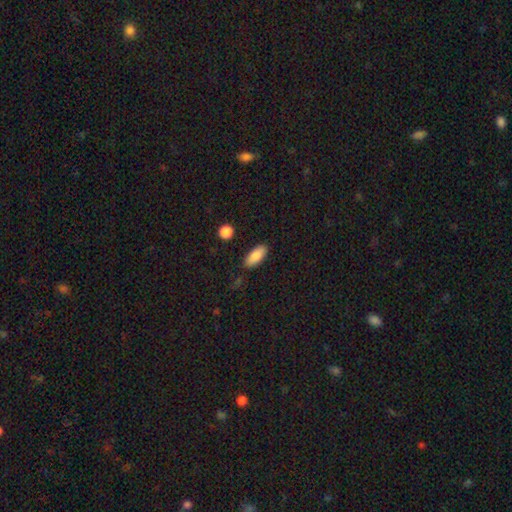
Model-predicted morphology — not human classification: Smooth or featured? Predicted: smooth (p=0.85). How rounded? Predicted: in between (p=0.84). Merging? Predicted: none (p=0.87).